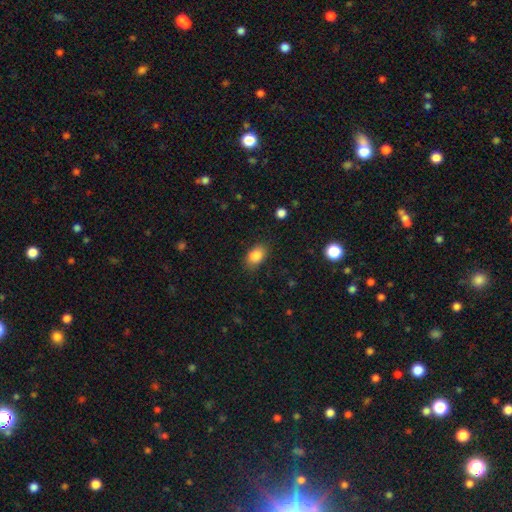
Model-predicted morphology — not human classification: Smooth or featured? smooth (86%)
How rounded? in between (82%)
Merging? none (82%)